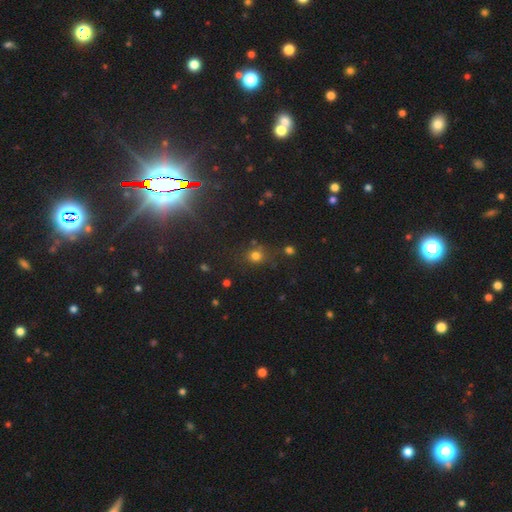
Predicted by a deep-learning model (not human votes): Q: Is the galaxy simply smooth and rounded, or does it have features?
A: smooth — 71%.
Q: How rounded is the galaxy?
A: round — 83%.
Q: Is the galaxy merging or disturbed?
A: none — 74%.